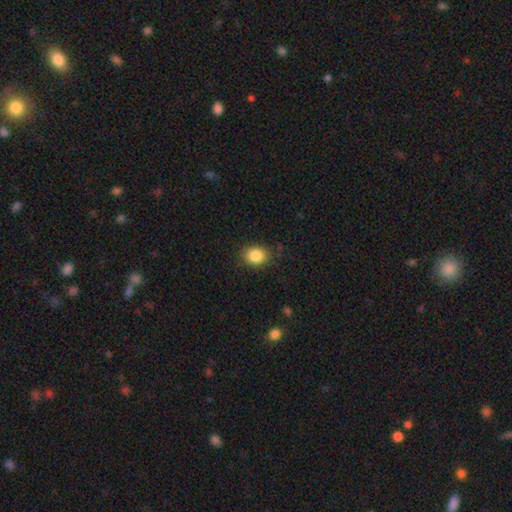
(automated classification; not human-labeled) smooth 86%, star or artifact 9%, featured or disk 5%. Down the decision tree: how rounded — in between (56%); merging — none (84%).